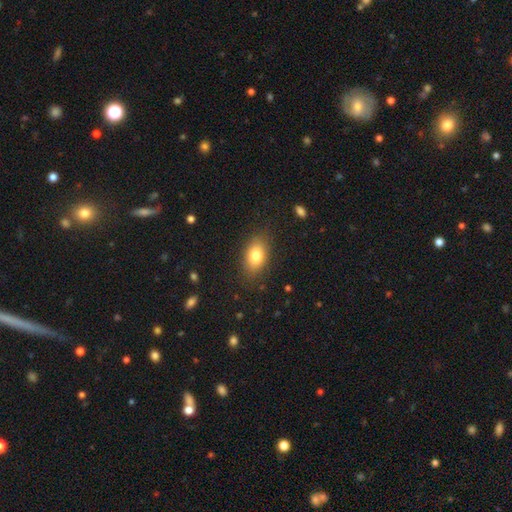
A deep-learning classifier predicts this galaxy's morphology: Overall: smooth (80%). How rounded: in between (86%). Merging: none (84%).